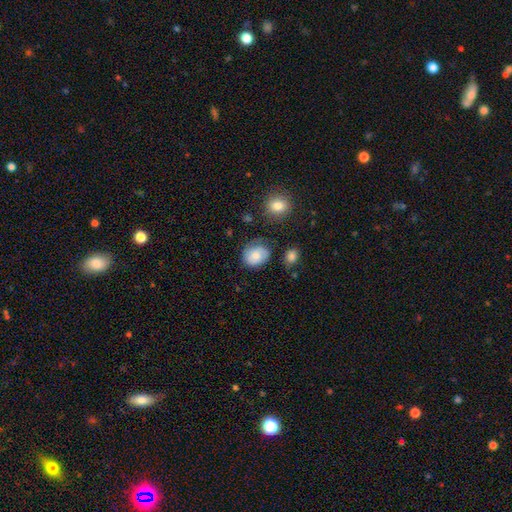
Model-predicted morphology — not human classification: Overall: smooth (72%). How rounded: round (59%; in between 40%). Merging: none (60%; minor disturbance 28%).